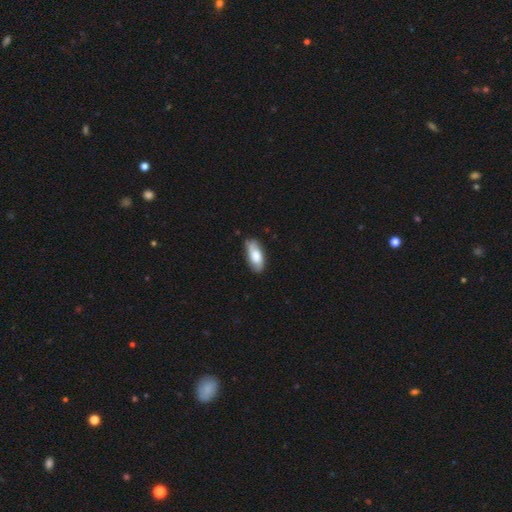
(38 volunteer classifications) Smooth or featured? 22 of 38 (58%) said smooth. How rounded? 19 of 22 (86%) said in between. Merging? 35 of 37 (95%) said none.